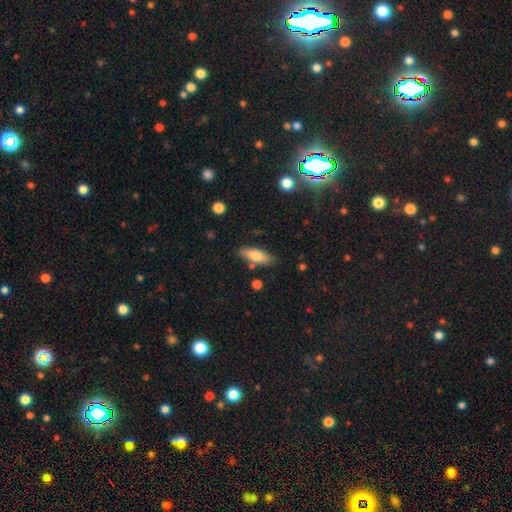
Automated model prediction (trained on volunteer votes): Overall: smooth (77%). How rounded: in between (67%; cigar-shaped 31%). Merging: none (82%).